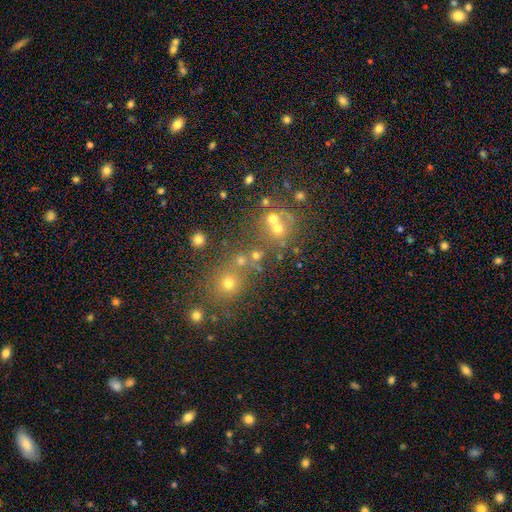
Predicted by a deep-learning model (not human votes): Morphology: type=smooth (56%); roundness=round (82%); merging=none (60%).